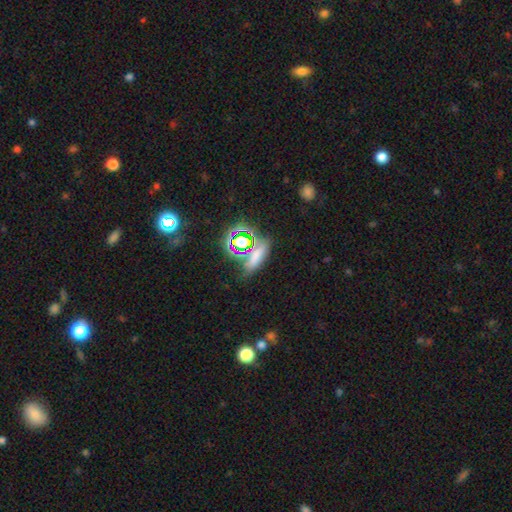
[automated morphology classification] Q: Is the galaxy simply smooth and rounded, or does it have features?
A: smooth — 51%.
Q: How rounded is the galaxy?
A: in between — 59%.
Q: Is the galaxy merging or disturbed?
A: none — 68%.